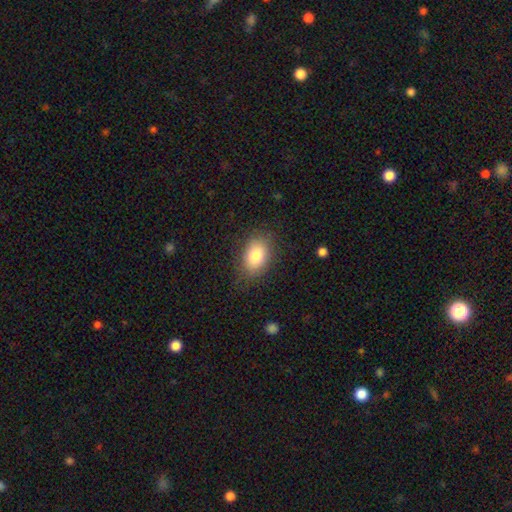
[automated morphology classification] Smooth or featured?
  - smooth: 81% *
  - featured or disk: 10%
  - star or artifact: 8%
How rounded?
  - in between: 84% *
  - round: 15%
  - cigar-shaped: 1%
Merging?
  - none: 81% *
  - minor disturbance: 14%
  - major disturbance: 4%
  - merger: 1%